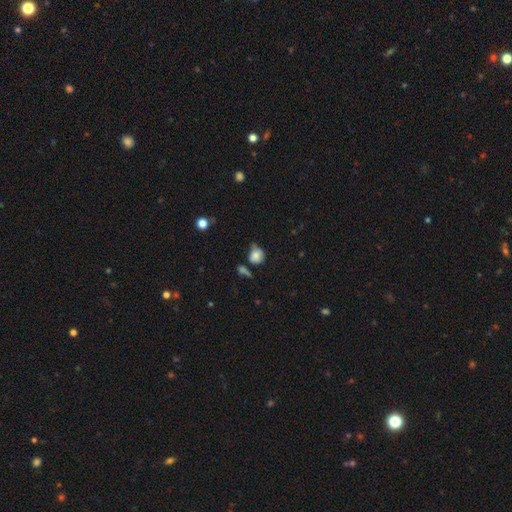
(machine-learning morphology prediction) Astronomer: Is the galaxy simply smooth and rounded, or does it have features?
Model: smooth — 72%.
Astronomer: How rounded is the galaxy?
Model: round — 76%.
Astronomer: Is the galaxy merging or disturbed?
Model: none — 45% (runner-up: minor disturbance, 30%).